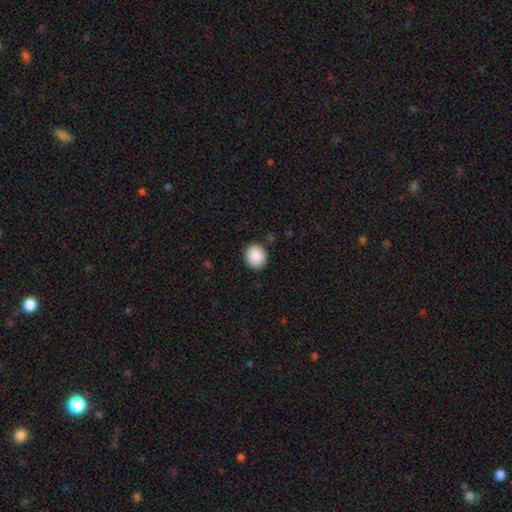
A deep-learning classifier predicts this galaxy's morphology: This appears to be a smooth galaxy with no disk features (89%) that is round (73%). Merging: none (89%).